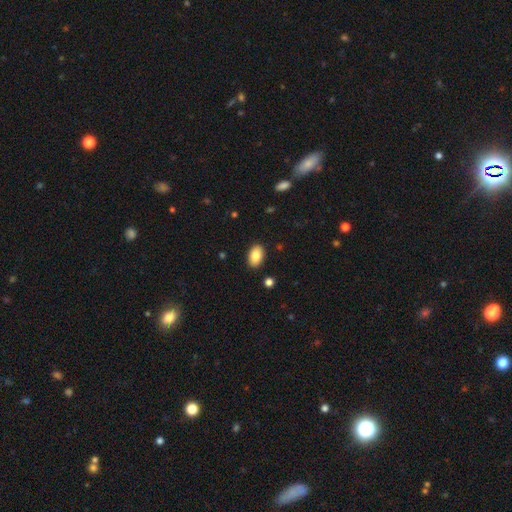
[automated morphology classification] Smooth or featured? smooth (85%)
How rounded? in between (92%)
Merging? none (88%)